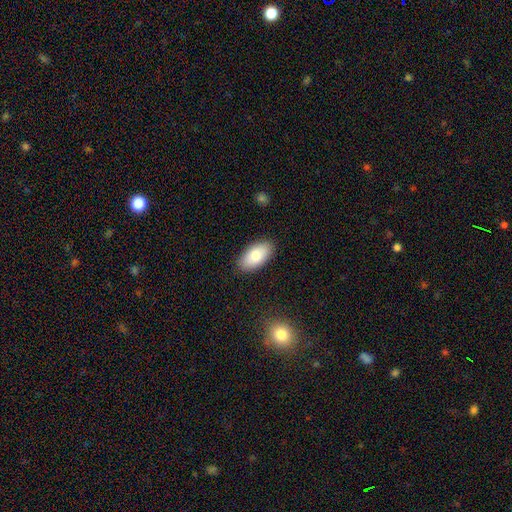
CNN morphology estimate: A smooth galaxy with no disk features (80%) that is in between round and cigar-shaped (95%).

Vote fractions:
- Smooth or featured? smooth: 80% / featured or disk: 13% / star or artifact: 6%
- How rounded? in between: 95% / cigar-shaped: 3% / round: 3%
- Merging? none: 88% / minor disturbance: 9% / major disturbance: 2% / merger: 1%